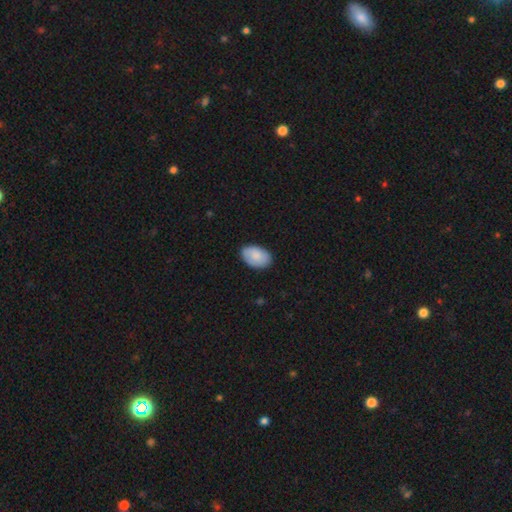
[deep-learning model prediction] Smooth or featured? smooth (84%)
How rounded? in between (90%)
Merging? none (83%)